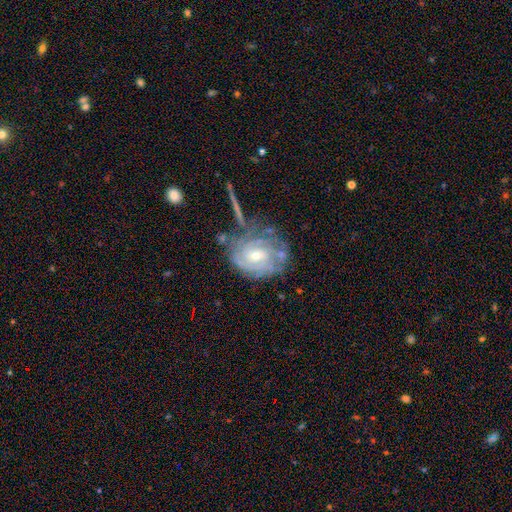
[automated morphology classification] featured or disk 80%, smooth 12%, star or artifact 8%. Down the decision tree: edge-on disk — no (96%); bar — no (65%); spiral arms — yes (91%); spiral arm count — can't tell (43%); spiral winding — tight (70%); bulge size — small (61%); merging — none (57%).